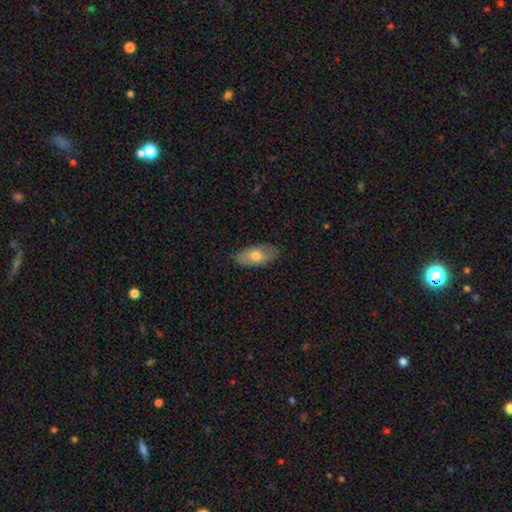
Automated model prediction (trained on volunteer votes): This is likely a smooth galaxy (65%). How rounded: clearly in between (90%). Merging: clearly none (83%).